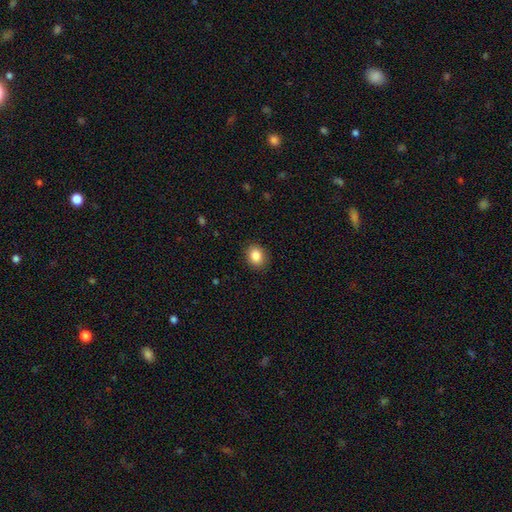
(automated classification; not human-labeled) smooth_or_featured: smooth (p=0.86) [alt: star or artifact p=0.09]
how_rounded: round (p=0.54) [alt: in between p=0.45]
merging: none (p=0.89) [alt: minor disturbance p=0.08]